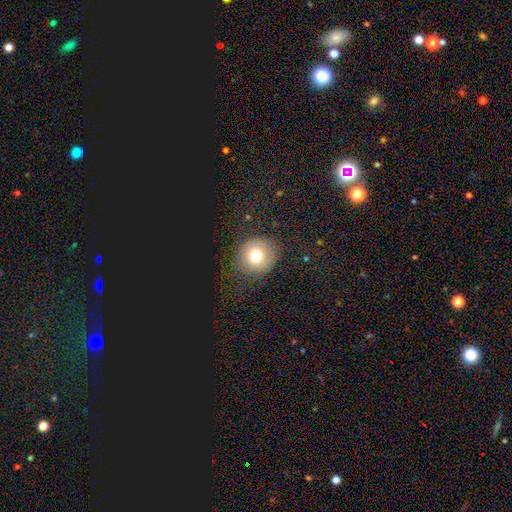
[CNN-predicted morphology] smooth-or-featured: smooth: 73% | star or artifact: 14% | featured or disk: 12%
  how-rounded: round: 89% | in between: 10% | cigar-shaped: 1%
  merging: none: 83% | minor disturbance: 10% | major disturbance: 6% | merger: 1%